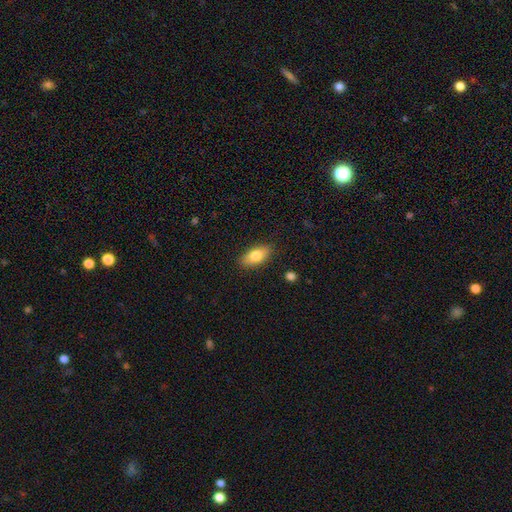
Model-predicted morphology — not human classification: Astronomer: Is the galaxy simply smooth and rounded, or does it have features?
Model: smooth — 78%.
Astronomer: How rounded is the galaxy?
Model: in between — 87%.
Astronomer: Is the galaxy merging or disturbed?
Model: none — 88%.